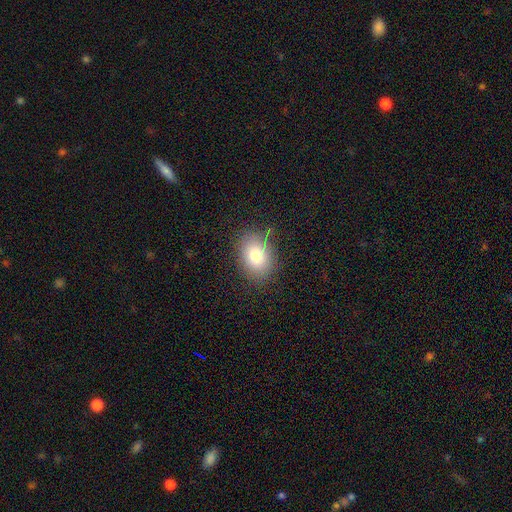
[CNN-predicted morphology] A smooth galaxy with no disk features (79%) that is in between round and cigar-shaped (73%).

Vote fractions:
- Smooth or featured? smooth: 79% / star or artifact: 11% / featured or disk: 10%
- How rounded? in between: 73% / round: 26% / cigar-shaped: 1%
- Merging? none: 78% / minor disturbance: 15% / major disturbance: 4% / merger: 2%